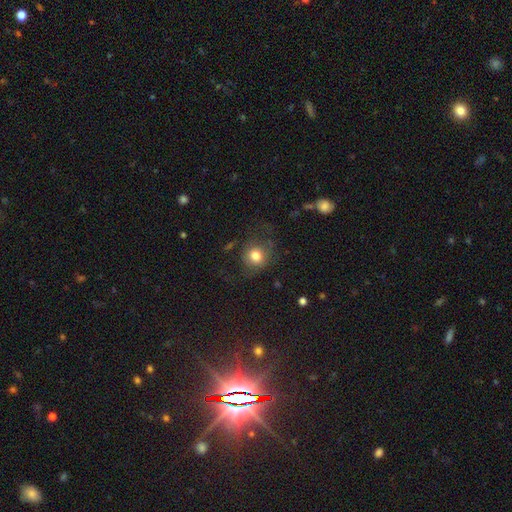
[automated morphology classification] This is likely a smooth galaxy (77%). How rounded: clearly round (80%). Merging: likely none (63%).